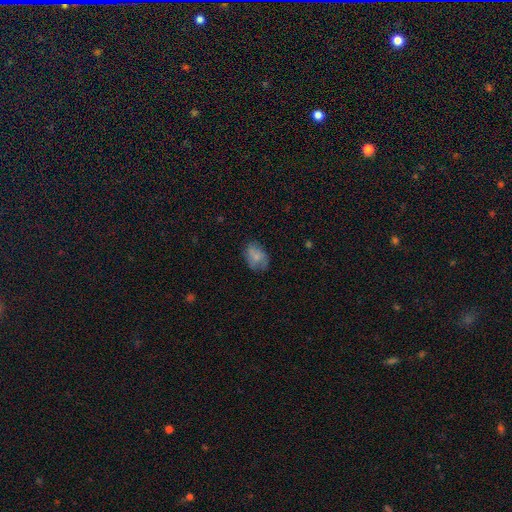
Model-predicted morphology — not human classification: Smooth or featured? smooth (73%)
How rounded? in between (82%)
Merging? none (68%)